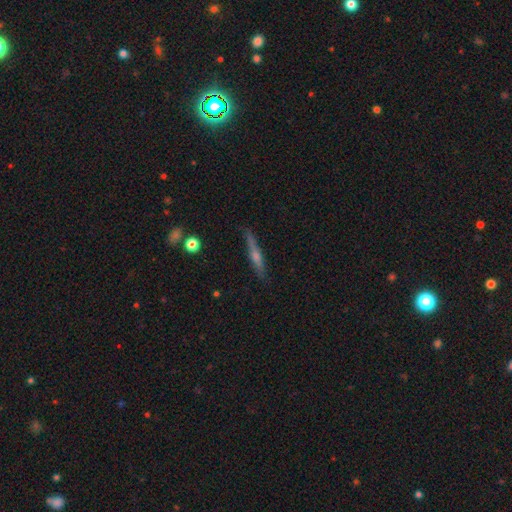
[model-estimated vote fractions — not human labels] This is likely a featured or disk galaxy (64%). It is clearly viewed edge-on (96%). Edge-on bulge: likely rounded (77%). Merging: clearly none (87%).